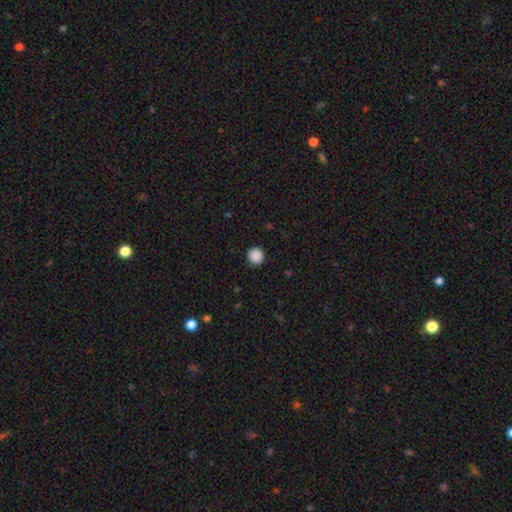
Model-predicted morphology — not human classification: This is clearly a smooth galaxy (88%). How rounded: clearly round (94%). Merging: clearly none (91%).